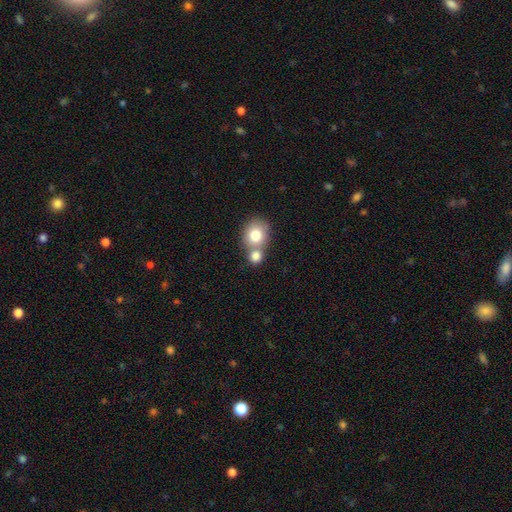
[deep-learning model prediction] Smooth or featured: smooth — 79% (featured or disk — 12%)
How rounded: round — 72% (in between — 26%)
Merging: merger — 52% (none — 38%)